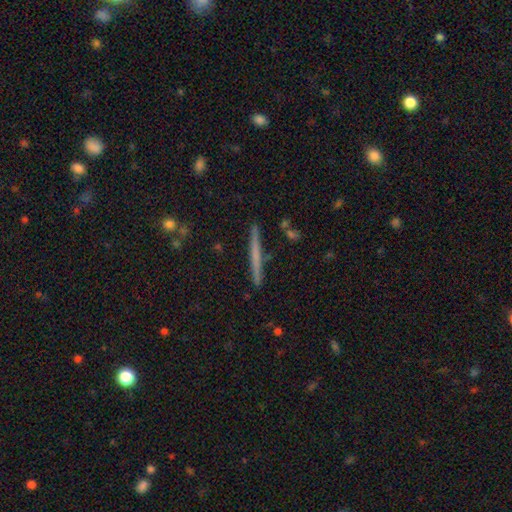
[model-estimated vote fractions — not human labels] This appears to be a smooth galaxy with no disk features (47%, tied with featured or disk). Merging: none (91%).